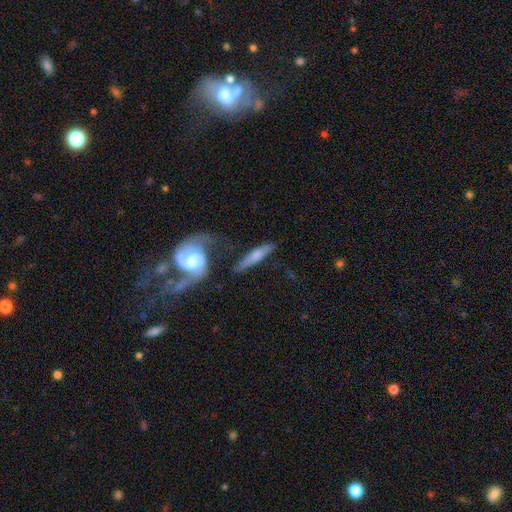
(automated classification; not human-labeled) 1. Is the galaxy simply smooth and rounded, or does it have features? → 48% smooth, 45% featured or disk, 6% star or artifact.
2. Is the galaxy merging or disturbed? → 58% none, 21% minor disturbance, 11% merger, 10% major disturbance.